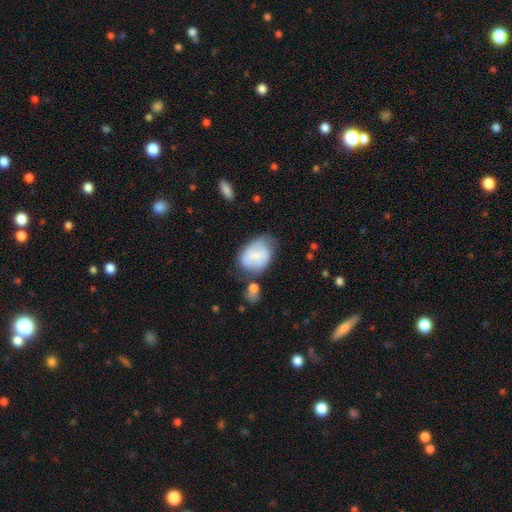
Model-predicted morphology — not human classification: The model was most divided on "merging": none: 50%, minor disturbance: 29%, merger: 11%, major disturbance: 11%. More confident: how rounded — in between (70%); smooth or featured — smooth (68%).